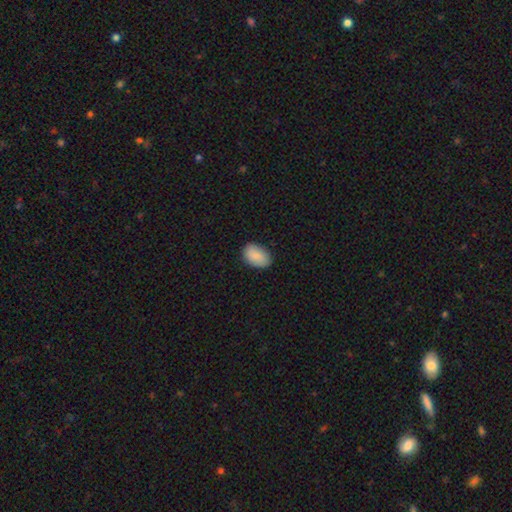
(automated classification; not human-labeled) A smooth galaxy with no disk features (88%) that is in between round and cigar-shaped (89%).

Vote fractions:
- Smooth or featured? smooth: 88% / star or artifact: 6% / featured or disk: 6%
- How rounded? in between: 89% / round: 10% / cigar-shaped: 1%
- Merging? none: 84% / minor disturbance: 12% / major disturbance: 2% / merger: 1%